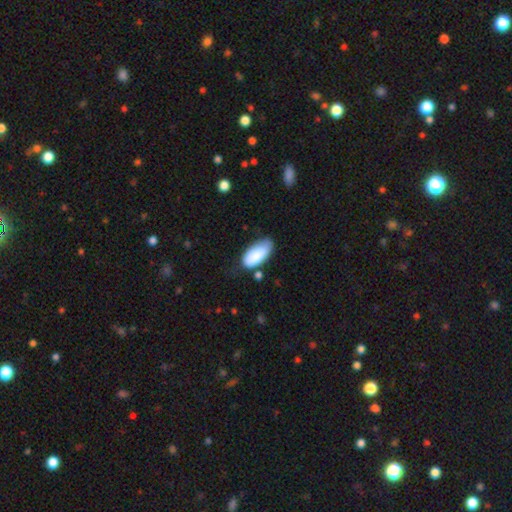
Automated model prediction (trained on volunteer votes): This appears to be a smooth galaxy with no disk features (86%) that is in between round and cigar-shaped (92%). Merging: none (60%).